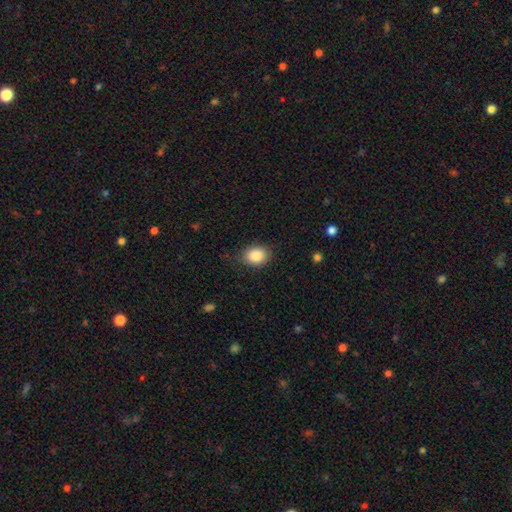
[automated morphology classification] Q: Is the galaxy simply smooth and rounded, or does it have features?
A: smooth — 86%.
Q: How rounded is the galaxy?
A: in between — 56%.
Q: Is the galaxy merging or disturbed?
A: none — 82%.